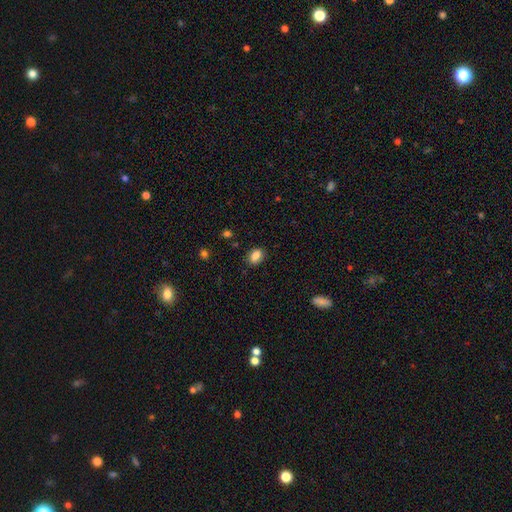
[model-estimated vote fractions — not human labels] Smooth or featured?
  - smooth: 86% *
  - star or artifact: 9%
  - featured or disk: 5%
How rounded?
  - in between: 76% *
  - round: 22%
  - cigar-shaped: 2%
Merging?
  - none: 85% *
  - minor disturbance: 11%
  - major disturbance: 3%
  - merger: 2%